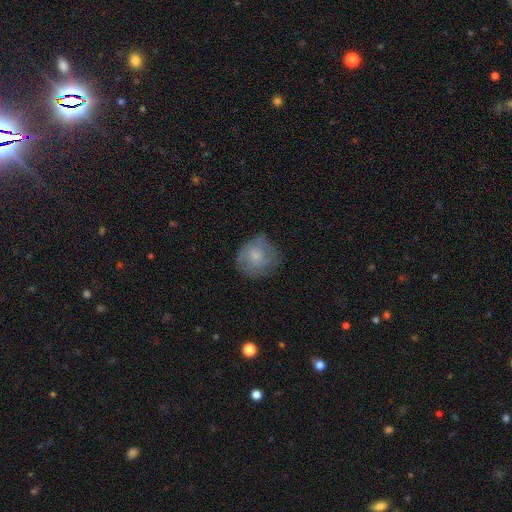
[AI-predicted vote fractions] Smooth or featured? smooth (66%)
How rounded? round (85%)
Merging? none (62%)